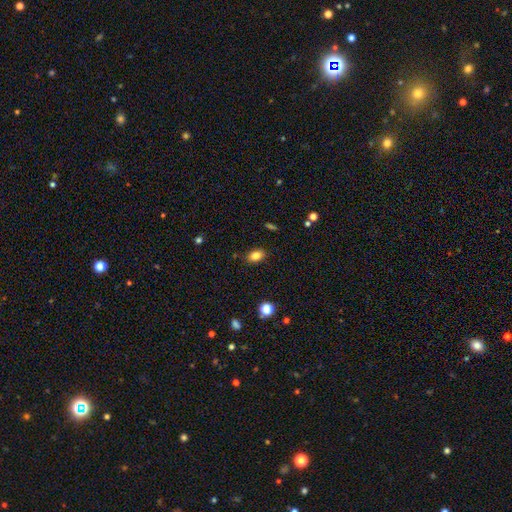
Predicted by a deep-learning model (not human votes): Q: Smooth or featured?
A: smooth (83%); runner-up: star or artifact (10%)
Q: How rounded?
A: in between (84%); runner-up: round (14%)
Q: Merging?
A: none (86%); runner-up: minor disturbance (10%)